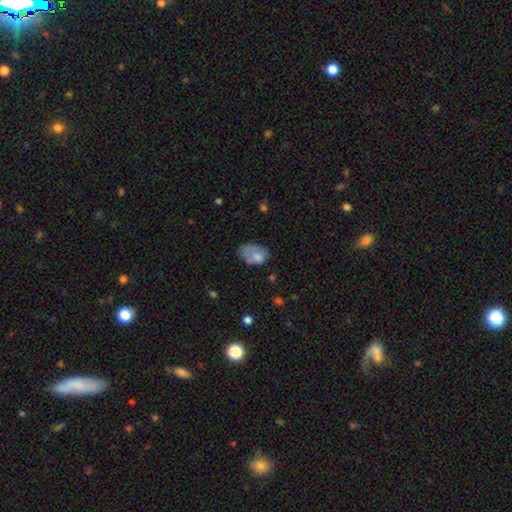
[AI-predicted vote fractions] The model was most divided on "merging": none: 39%, minor disturbance: 30%, major disturbance: 21%, merger: 9%. More confident: how rounded — in between (82%); smooth or featured — smooth (70%).